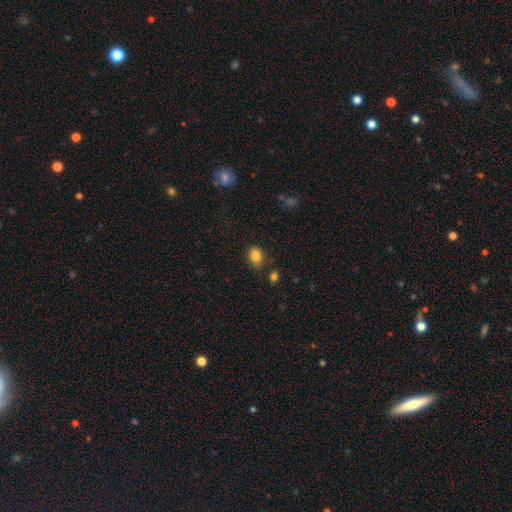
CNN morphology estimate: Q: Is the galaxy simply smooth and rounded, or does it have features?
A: smooth — 85%.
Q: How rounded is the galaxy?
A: in between — 62%.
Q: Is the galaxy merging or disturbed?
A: none — 77%.